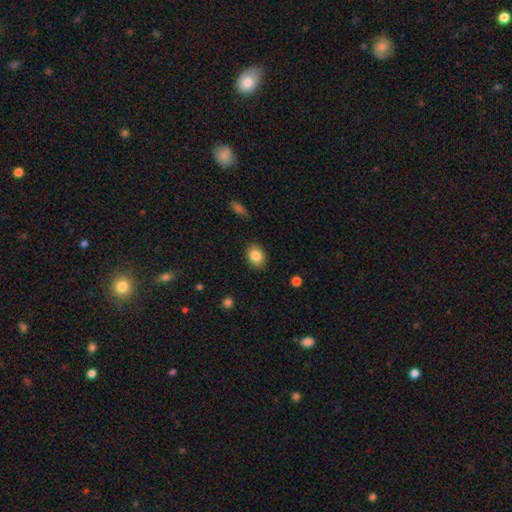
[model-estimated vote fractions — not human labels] A smooth galaxy with no disk features (84%) that is in between round and cigar-shaped (71%). Merging: none (87%).